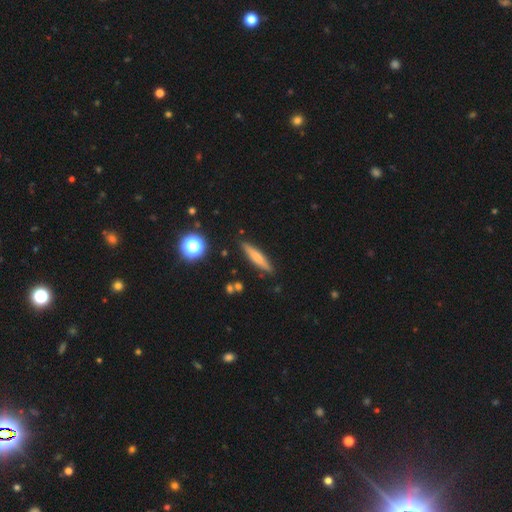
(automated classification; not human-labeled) smooth_or_featured: smooth (p=0.59) [alt: featured or disk p=0.32]
how_rounded: cigar-shaped (p=0.86) [alt: in between p=0.12]
merging: none (p=0.87) [alt: minor disturbance p=0.09]